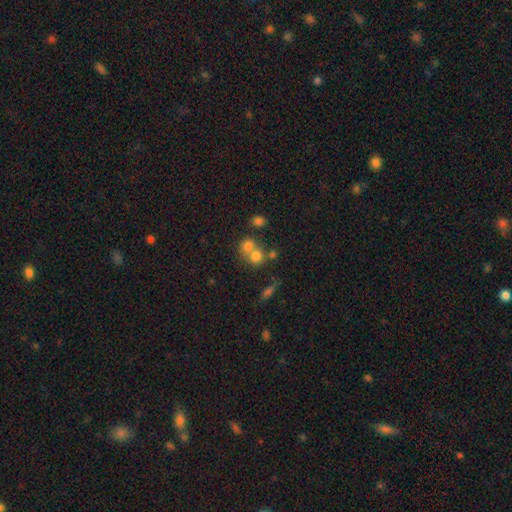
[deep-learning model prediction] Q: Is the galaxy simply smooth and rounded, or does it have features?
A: smooth — 71%.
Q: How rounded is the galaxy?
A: round — 79%.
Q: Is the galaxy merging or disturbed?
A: merger — 54%.